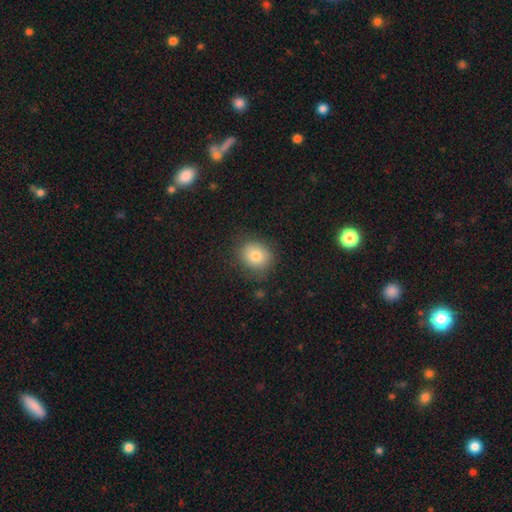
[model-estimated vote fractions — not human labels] This is likely a smooth galaxy (79%). How rounded: likely round (72%). Merging: likely none (79%).